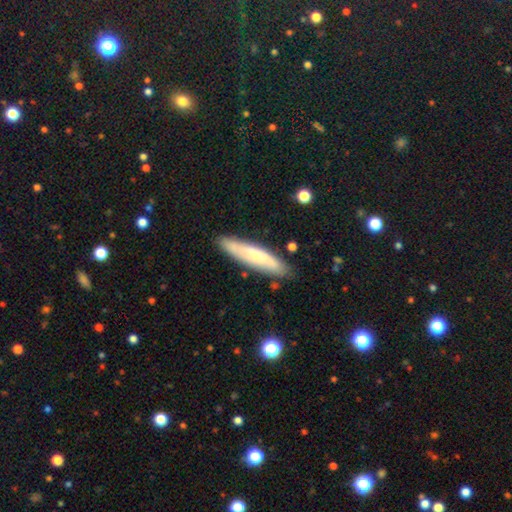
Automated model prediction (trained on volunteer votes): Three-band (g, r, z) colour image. It shows a smooth galaxy with no disk features (61%) that is cigar-shaped (83%). Merging: none (84%).